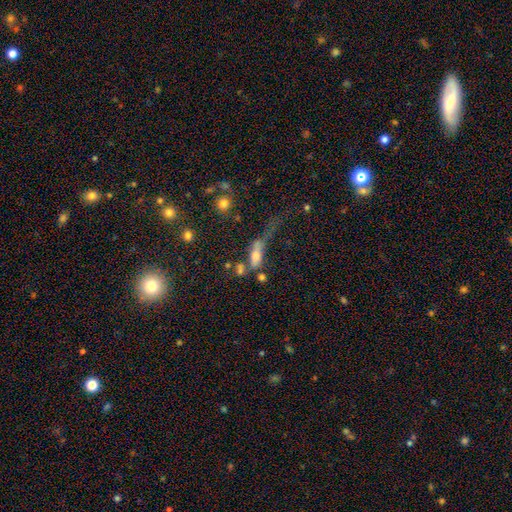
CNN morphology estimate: Q: Smooth or featured?
A: smooth (51%); runner-up: featured or disk (34%)
Q: How rounded?
A: in between (54%); runner-up: cigar-shaped (38%)
Q: Merging?
A: major disturbance (36%); runner-up: merger (27%)